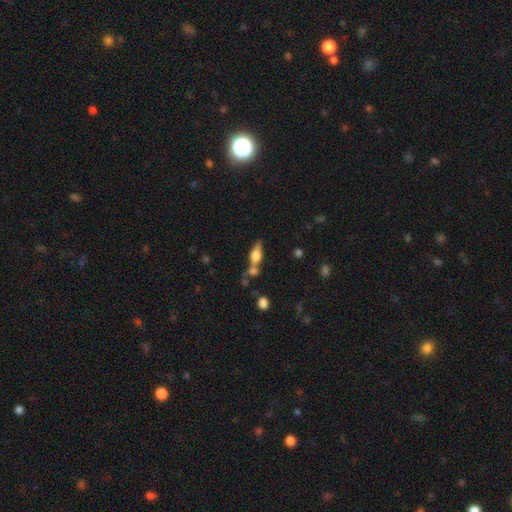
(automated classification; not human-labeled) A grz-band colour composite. It shows a smooth galaxy with no disk features (50%). Merging: none (41%).